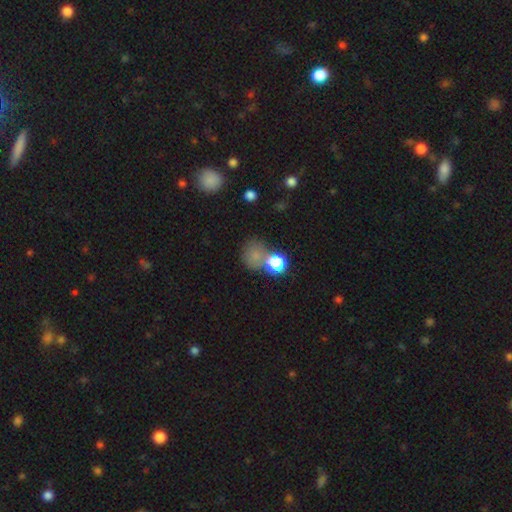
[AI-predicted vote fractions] Q: Smooth or featured?
A: smooth (67%); runner-up: star or artifact (22%)
Q: How rounded?
A: round (73%); runner-up: in between (25%)
Q: Merging?
A: none (47%); runner-up: merger (23%)